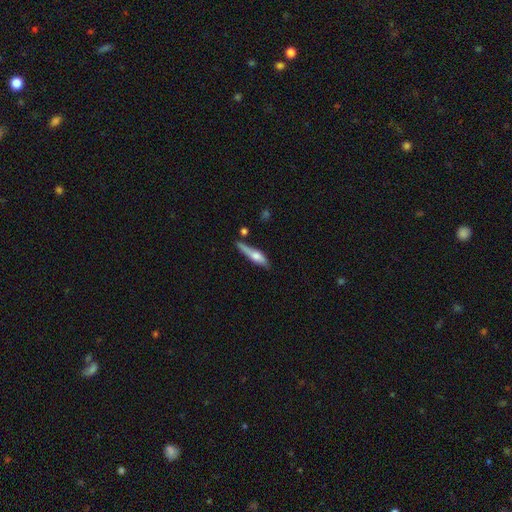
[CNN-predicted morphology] Smooth or featured? smooth (54%)
How rounded? cigar-shaped (72%)
Merging? none (52%)